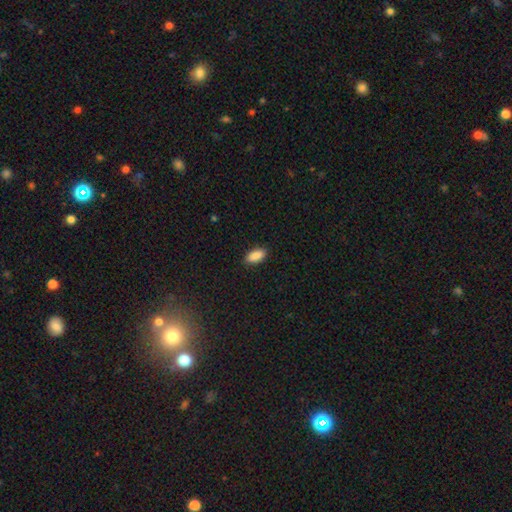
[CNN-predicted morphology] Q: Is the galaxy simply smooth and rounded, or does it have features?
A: smooth — 90%.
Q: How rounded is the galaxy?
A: in between — 89%.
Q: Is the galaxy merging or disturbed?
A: none — 88%.